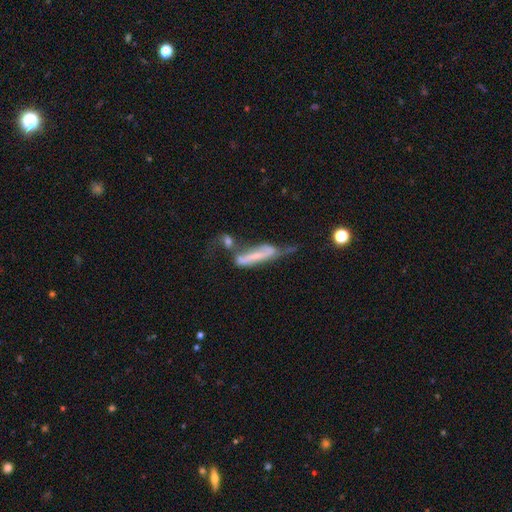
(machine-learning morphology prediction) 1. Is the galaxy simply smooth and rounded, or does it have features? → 59% featured or disk, 32% smooth, 9% star or artifact.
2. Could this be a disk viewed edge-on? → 60% no, 40% yes.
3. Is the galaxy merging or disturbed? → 32% merger, 29% major disturbance, 21% none, 18% minor disturbance.